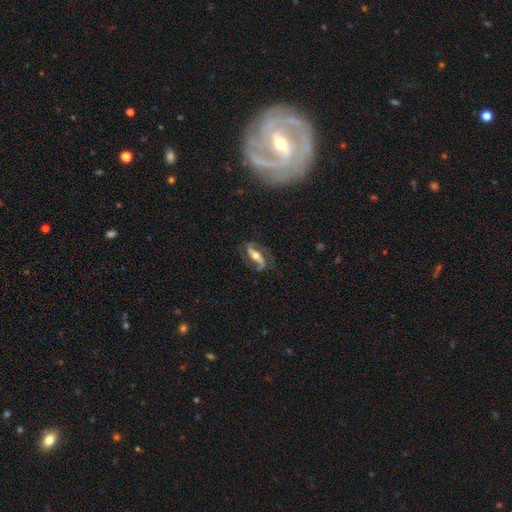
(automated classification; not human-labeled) Morphology: type=featured or disk (80%); edge-on=no (85%); bar=strong (46%); spiral arms=yes (91%); winding=loose (49%); arm count=2 (87%); bulge=moderate (67%); merging=none (69%).